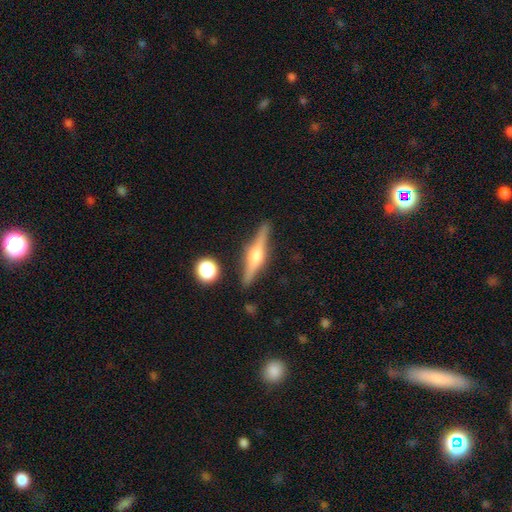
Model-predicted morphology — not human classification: Smooth or featured? Predicted: featured or disk (p=0.78). Edge-on disk? Predicted: yes (p=0.98). Edge-on bulge? Predicted: rounded (p=0.93). Merging? Predicted: none (p=0.89).